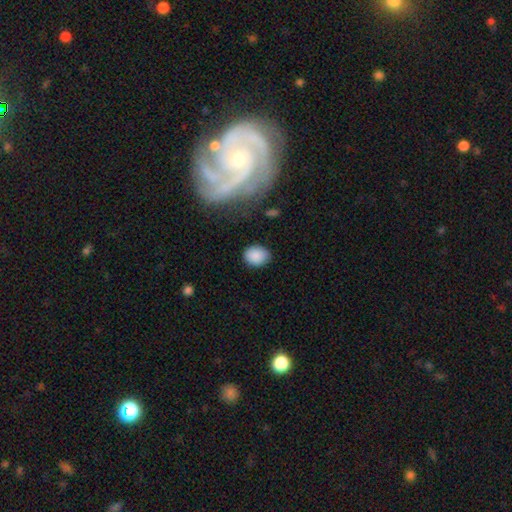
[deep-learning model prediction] Q: Smooth or featured?
A: smooth (87%); runner-up: star or artifact (8%)
Q: How rounded?
A: round (50%); runner-up: in between (49%)
Q: Merging?
A: none (82%); runner-up: minor disturbance (13%)